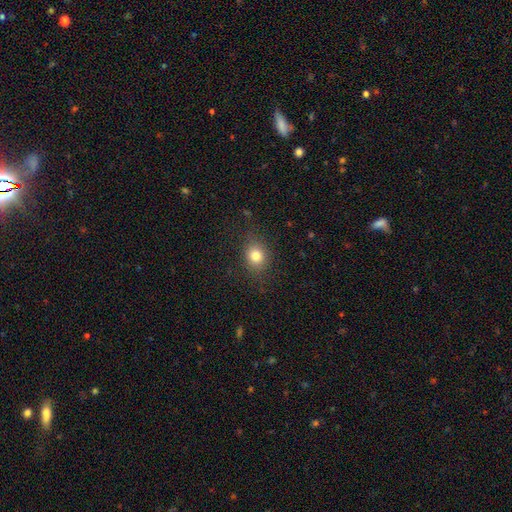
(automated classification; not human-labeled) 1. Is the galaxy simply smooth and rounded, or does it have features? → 79% smooth, 13% star or artifact, 8% featured or disk.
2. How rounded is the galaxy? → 64% round, 34% in between, 1% cigar-shaped.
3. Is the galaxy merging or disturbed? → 83% none, 12% minor disturbance, 4% major disturbance, 1% merger.